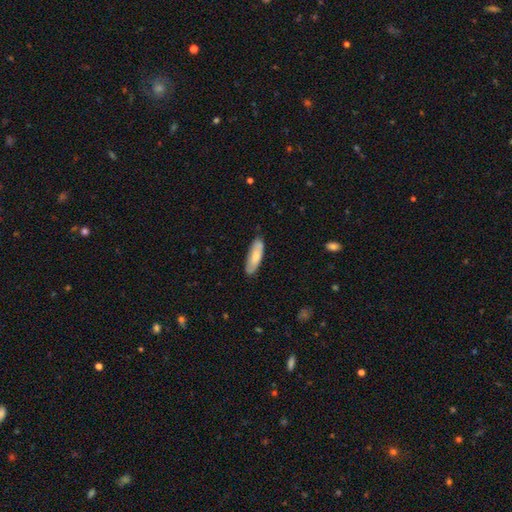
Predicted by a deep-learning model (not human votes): The model was most divided on "how rounded": in between: 53%, cigar-shaped: 46%, round: 2%. More confident: merging — none (81%); smooth or featured — smooth (74%).